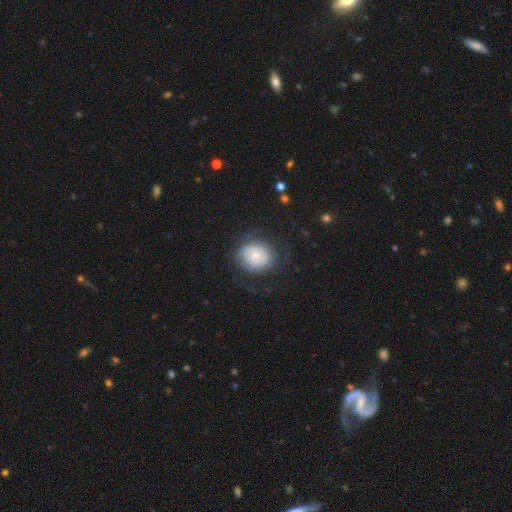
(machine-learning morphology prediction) A featured or disk galaxy (47%).

Vote fractions:
- Smooth or featured? featured or disk: 47% / smooth: 46% / star or artifact: 7%
- Merging? none: 68% / minor disturbance: 19% / major disturbance: 12% / merger: 1%